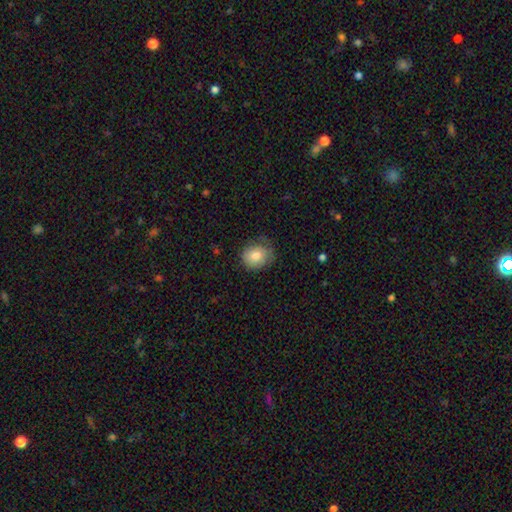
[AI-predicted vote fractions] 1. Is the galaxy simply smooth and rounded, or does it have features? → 79% smooth, 13% featured or disk, 8% star or artifact.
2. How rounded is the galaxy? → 76% round, 23% in between, 1% cigar-shaped.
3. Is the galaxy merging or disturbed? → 66% none, 26% minor disturbance, 8% major disturbance, 1% merger.